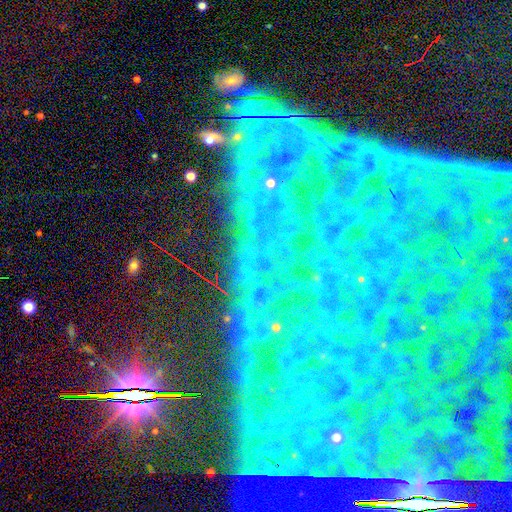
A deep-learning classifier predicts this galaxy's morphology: Smooth or featured? star or artifact (83%)